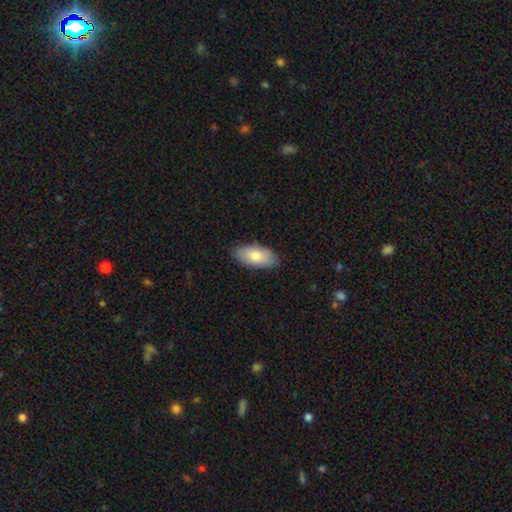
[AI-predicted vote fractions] A smooth galaxy with no disk features (80%) that is in between round and cigar-shaped (92%).

Vote fractions:
- Smooth or featured? smooth: 80% / featured or disk: 14% / star or artifact: 6%
- How rounded? in between: 92% / cigar-shaped: 6% / round: 2%
- Merging? none: 87% / minor disturbance: 10% / major disturbance: 2% / merger: 1%